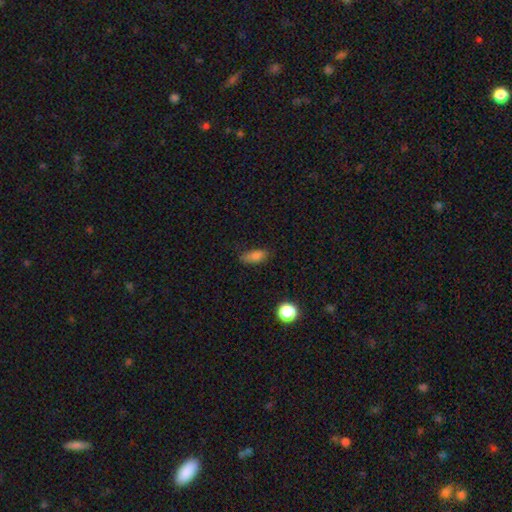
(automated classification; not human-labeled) A smooth galaxy with no disk features (82%) that is in between round and cigar-shaped (79%).

Vote fractions:
- Smooth or featured? smooth: 82% / star or artifact: 11% / featured or disk: 7%
- How rounded? in between: 79% / cigar-shaped: 17% / round: 4%
- Merging? none: 74% / minor disturbance: 20% / major disturbance: 4% / merger: 2%